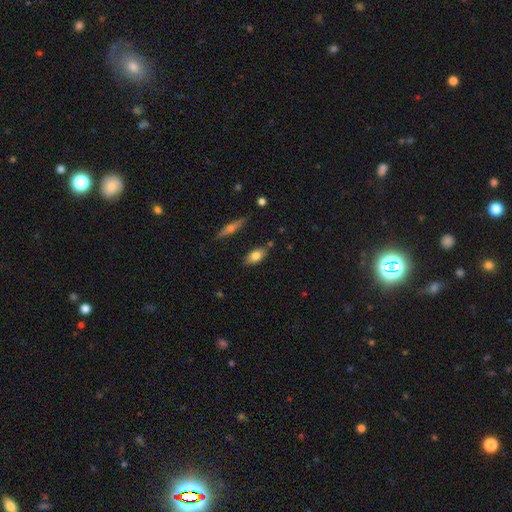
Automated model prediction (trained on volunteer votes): Smooth or featured: smooth — 76% (featured or disk — 16%)
How rounded: in between — 84% (cigar-shaped — 11%)
Merging: none — 78% (minor disturbance — 14%)